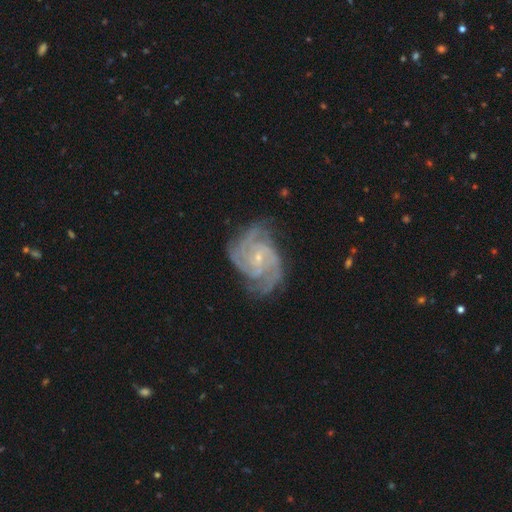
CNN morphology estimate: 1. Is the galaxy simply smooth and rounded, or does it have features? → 88% featured or disk, 8% star or artifact, 5% smooth.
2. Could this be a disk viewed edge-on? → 98% no, 2% yes.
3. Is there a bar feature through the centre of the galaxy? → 53% no, 35% weak, 12% strong.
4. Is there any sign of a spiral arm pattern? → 98% yes, 2% no.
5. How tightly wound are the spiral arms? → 56% tight, 37% medium, 6% loose.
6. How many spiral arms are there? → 35% 3, 24% 2, 14% 4, 12% can't tell, 7% more than 4, 7% 1.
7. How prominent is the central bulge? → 77% small, 18% moderate, 3% none, 1% large, 1% dominant.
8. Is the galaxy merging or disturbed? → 76% none, 17% minor disturbance, 6% major disturbance, 2% merger.